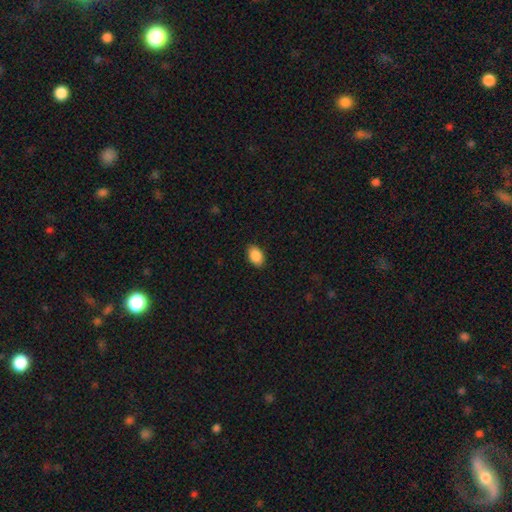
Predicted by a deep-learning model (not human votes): Smooth or featured? smooth (89%)
How rounded? in between (88%)
Merging? none (88%)